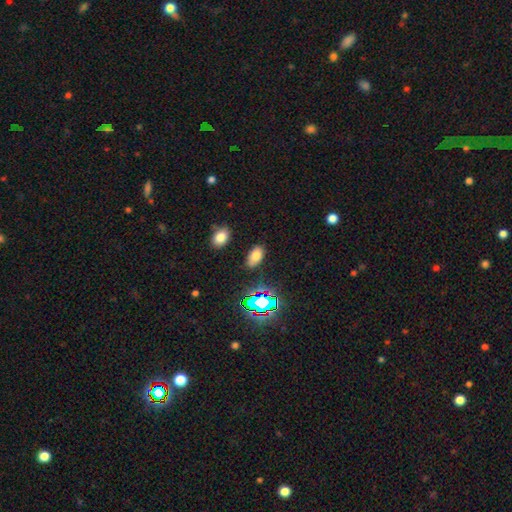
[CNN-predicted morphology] Overall: smooth (70%). How rounded: in between (92%). Merging: none (83%).